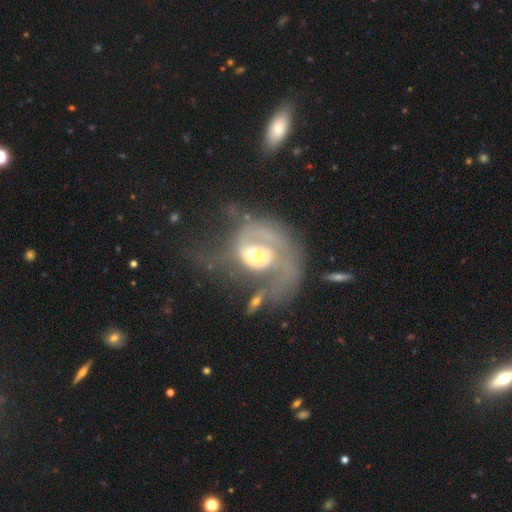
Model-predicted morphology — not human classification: Q: Smooth or featured?
A: featured or disk (79%); runner-up: smooth (15%)
Q: Edge-on disk?
A: no (97%); runner-up: yes (3%)
Q: Bar?
A: no (64%); runner-up: weak (29%)
Q: Spiral arms?
A: yes (84%); runner-up: no (16%)
Q: Spiral winding?
A: medium (40%); runner-up: loose (31%)
Q: Spiral arm count?
A: 1 (60%); runner-up: 2 (22%)
Q: Bulge size?
A: moderate (58%); runner-up: small (25%)
Q: Merging?
A: major disturbance (50%); runner-up: none (24%)